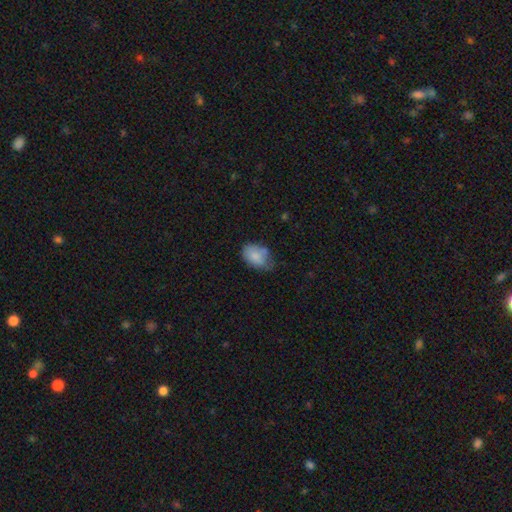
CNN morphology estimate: smooth-or-featured: smooth: 80% | featured or disk: 13% | star or artifact: 7%
  how-rounded: in between: 83% | round: 16% | cigar-shaped: 1%
  merging: none: 50% | minor disturbance: 35% | major disturbance: 10% | merger: 6%